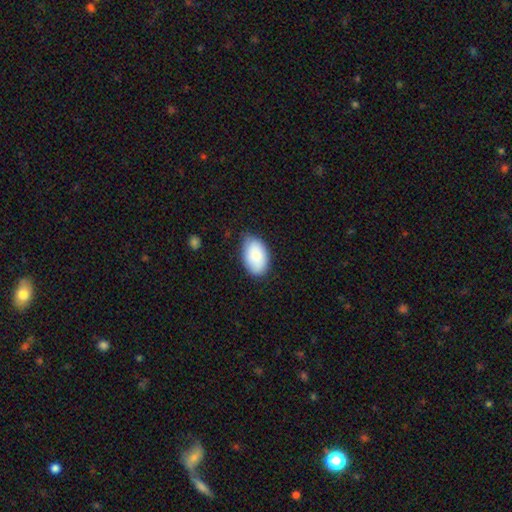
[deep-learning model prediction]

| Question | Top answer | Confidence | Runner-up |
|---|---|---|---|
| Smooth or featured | smooth | 84% | featured or disk (10%) |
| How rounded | in between | 93% | round (6%) |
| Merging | none | 75% | minor disturbance (21%) |